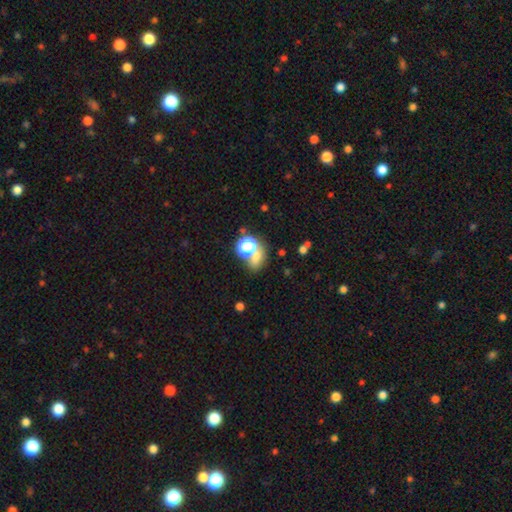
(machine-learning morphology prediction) smooth 53%, star or artifact 36%, featured or disk 10%. Down the decision tree: how rounded — round (58%); merging — none (53%).